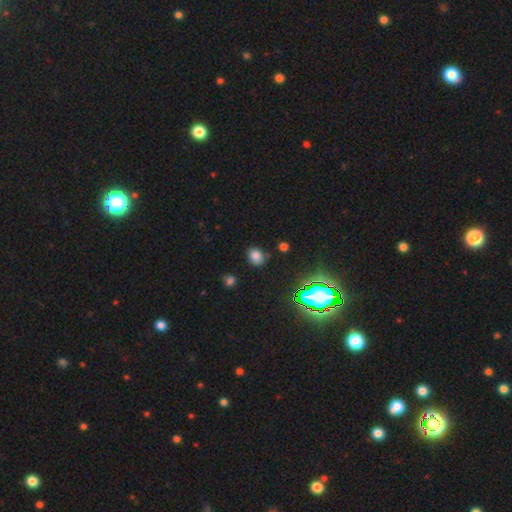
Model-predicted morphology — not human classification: smooth 73%, star or artifact 20%, featured or disk 6%. Down the decision tree: how rounded — in between (50%); merging — none (77%).